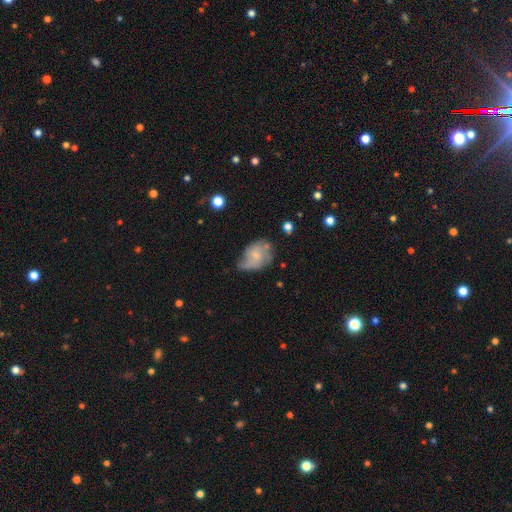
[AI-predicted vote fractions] Smooth or featured?
  - featured or disk: 48% *
  - smooth: 44%
  - star or artifact: 8%
Merging?
  - none: 37% *
  - minor disturbance: 36%
  - major disturbance: 23%
  - merger: 5%